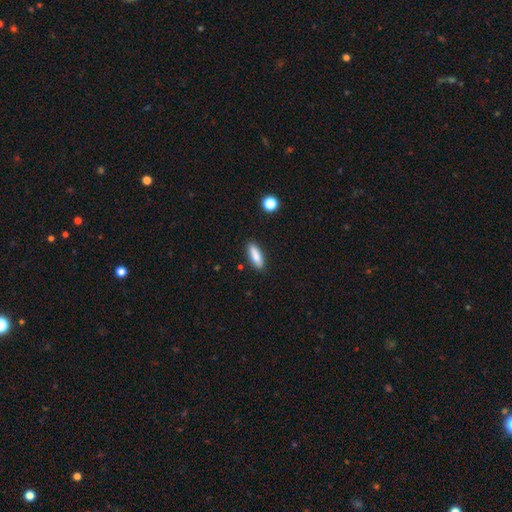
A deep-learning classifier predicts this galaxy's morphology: type=smooth (84%); roundness=cigar-shaped (50%); merging=none (88%).